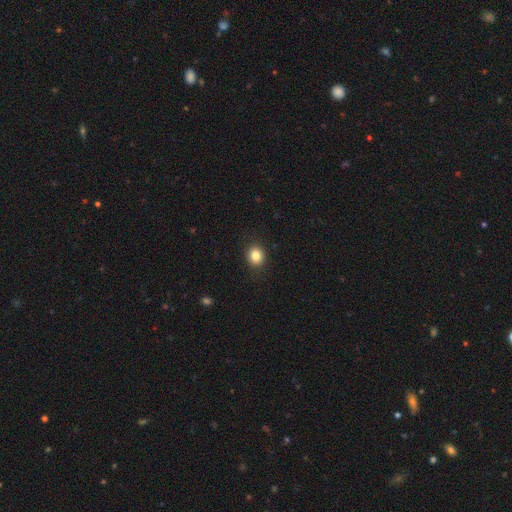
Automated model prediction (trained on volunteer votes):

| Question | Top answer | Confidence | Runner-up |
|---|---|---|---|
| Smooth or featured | smooth | 84% | star or artifact (11%) |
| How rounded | round | 68% | in between (31%) |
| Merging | none | 89% | minor disturbance (7%) |